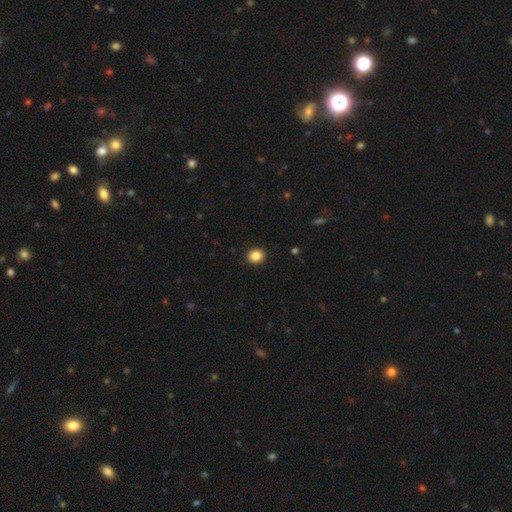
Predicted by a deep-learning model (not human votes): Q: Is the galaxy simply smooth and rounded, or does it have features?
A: smooth — 87%.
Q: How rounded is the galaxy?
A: round — 71%.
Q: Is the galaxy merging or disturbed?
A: none — 92%.